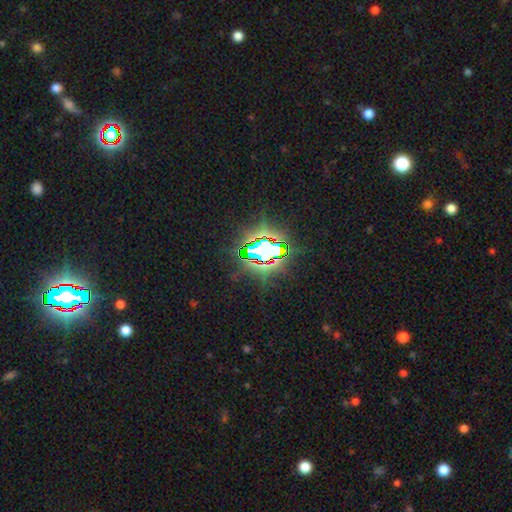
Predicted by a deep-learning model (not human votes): Smooth or featured? star or artifact (78%)